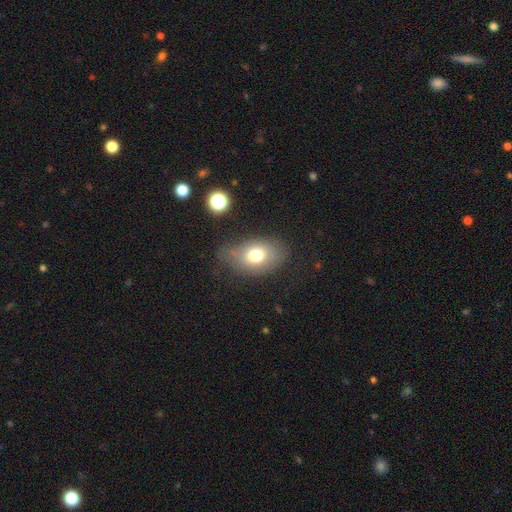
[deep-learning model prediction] Overall: smooth (71%). How rounded: in between (81%). Merging: none (60%; minor disturbance 27%).